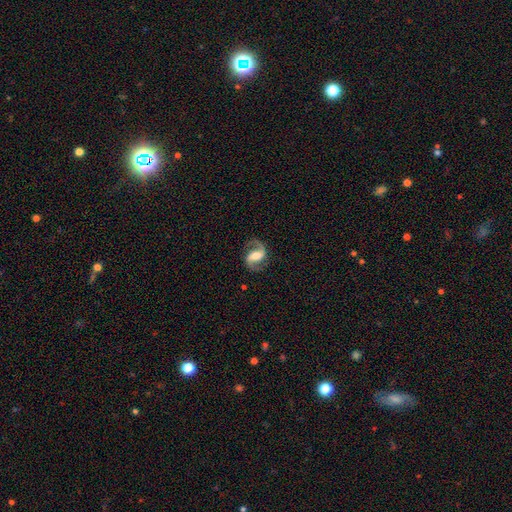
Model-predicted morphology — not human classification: Q: Smooth or featured?
A: featured or disk (89%); runner-up: smooth (6%)
Q: Edge-on disk?
A: no (98%); runner-up: yes (2%)
Q: Bar?
A: weak (41%); runner-up: strong (35%)
Q: Spiral arms?
A: yes (97%); runner-up: no (3%)
Q: Spiral winding?
A: medium (55%); runner-up: loose (31%)
Q: Spiral arm count?
A: 2 (94%); runner-up: 1 (2%)
Q: Bulge size?
A: moderate (56%); runner-up: large (20%)
Q: Merging?
A: none (83%); runner-up: minor disturbance (11%)